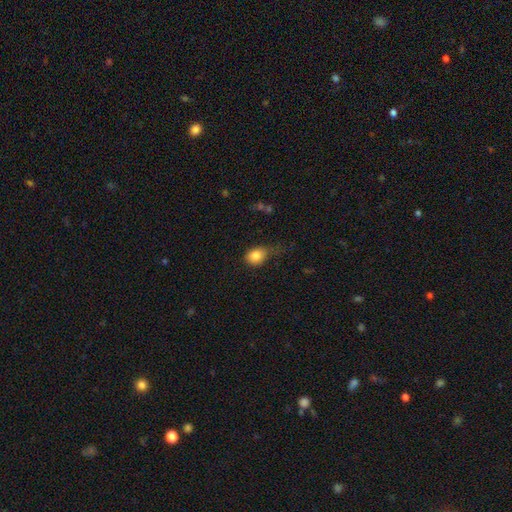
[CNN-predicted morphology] A smooth galaxy with no disk features (82%) that is round (53%). Merging: none (44%).